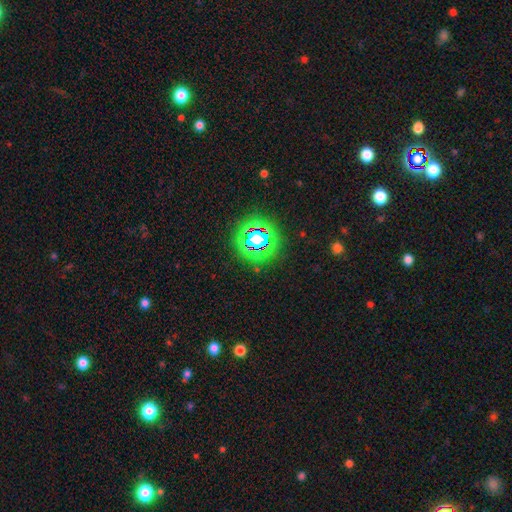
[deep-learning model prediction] This is likely a star or artifact rather than a galaxy (80%).